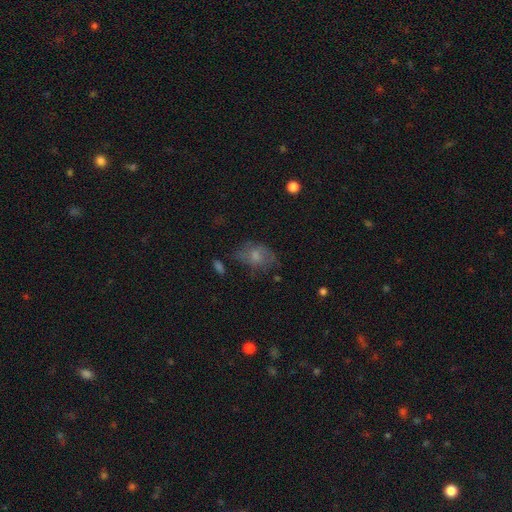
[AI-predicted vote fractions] The model was most divided on "merging": none: 52%, minor disturbance: 28%, major disturbance: 17%, merger: 4%. More confident: how rounded — in between (78%); smooth or featured — smooth (62%).